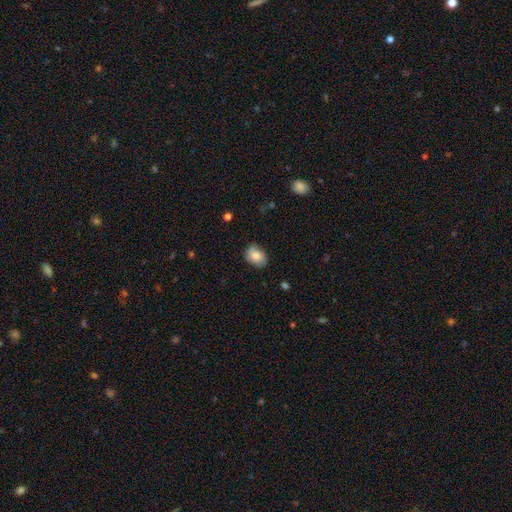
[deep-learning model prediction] This appears to be a smooth galaxy with no disk features (78%) that is in between round and cigar-shaped (77%). Merging: none (73%).